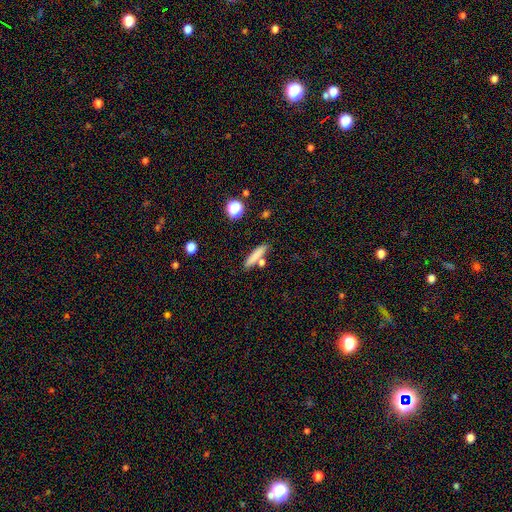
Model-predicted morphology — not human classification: Smooth or featured: smooth — 80% (featured or disk — 12%)
How rounded: cigar-shaped — 81% (in between — 16%)
Merging: none — 75% (merger — 11%)